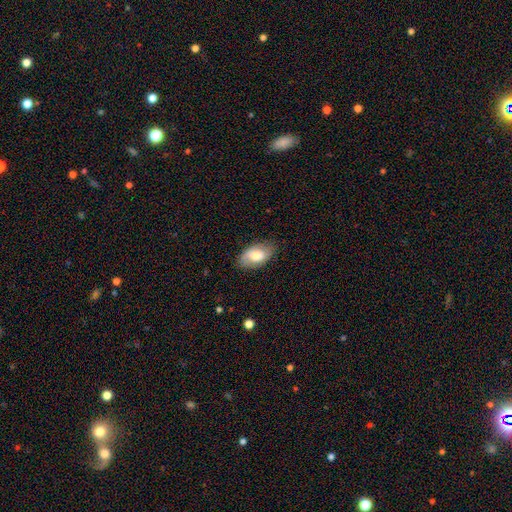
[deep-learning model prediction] The model was most divided on "smooth or featured": smooth: 60%, featured or disk: 33%, star or artifact: 7%. More confident: how rounded — in between (92%); merging — none (78%).